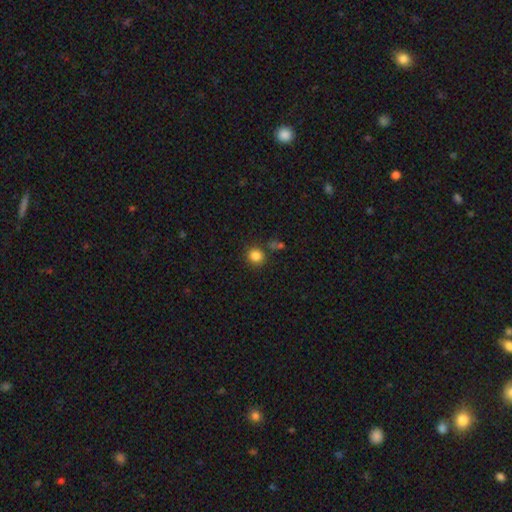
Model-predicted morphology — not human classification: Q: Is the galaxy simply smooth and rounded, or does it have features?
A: smooth — 84%.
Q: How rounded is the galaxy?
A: round — 86%.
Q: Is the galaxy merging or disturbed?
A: none — 80%.